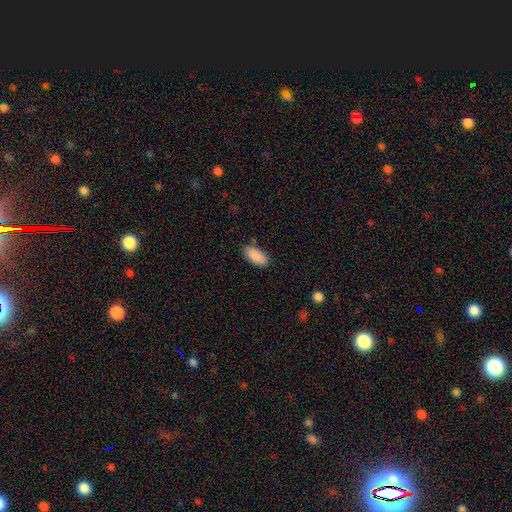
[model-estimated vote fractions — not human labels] The model was most divided on "merging": none: 80%, minor disturbance: 15%, major disturbance: 3%, merger: 2%. More confident: how rounded — in between (92%); smooth or featured — smooth (90%).